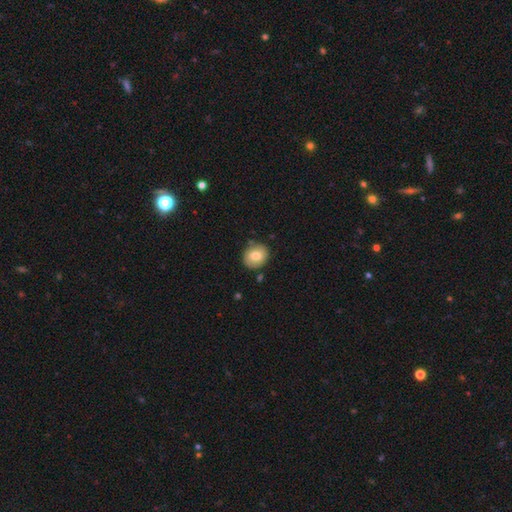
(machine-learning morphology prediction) A smooth galaxy with no disk features (74%) that is round (81%).

Vote fractions:
- Smooth or featured? smooth: 74% / featured or disk: 18% / star or artifact: 8%
- How rounded? round: 81% / in between: 18% / cigar-shaped: 1%
- Merging? none: 83% / minor disturbance: 11% / merger: 3% / major disturbance: 2%